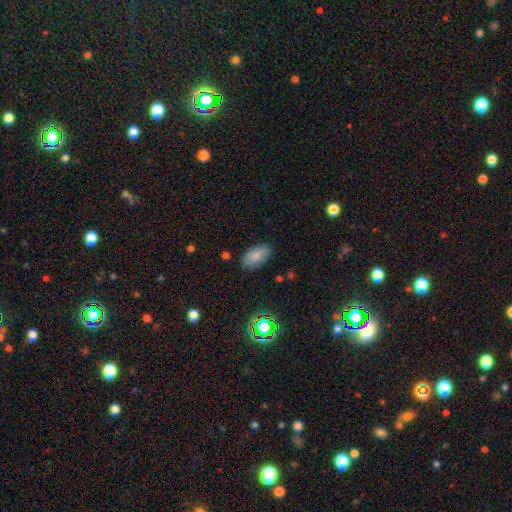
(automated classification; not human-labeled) Q: Smooth or featured?
A: smooth (81%); runner-up: featured or disk (10%)
Q: How rounded?
A: in between (94%); runner-up: round (4%)
Q: Merging?
A: none (83%); runner-up: minor disturbance (13%)